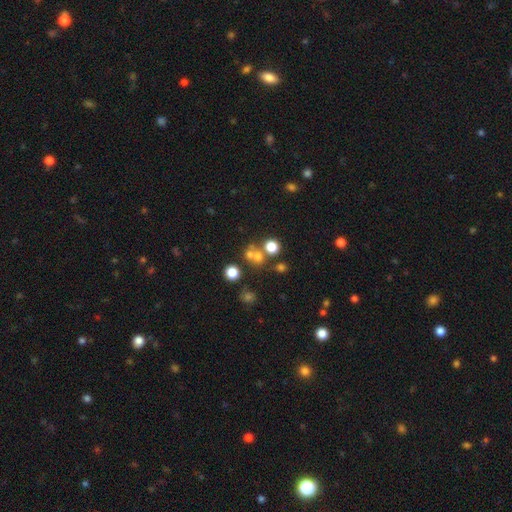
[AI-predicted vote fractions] A smooth galaxy with no disk features (62%) that is round (84%).

Vote fractions:
- Smooth or featured? smooth: 62% / star or artifact: 24% / featured or disk: 14%
- How rounded? round: 84% / in between: 15% / cigar-shaped: 1%
- Merging? none: 52% / merger: 35% / minor disturbance: 8% / major disturbance: 5%